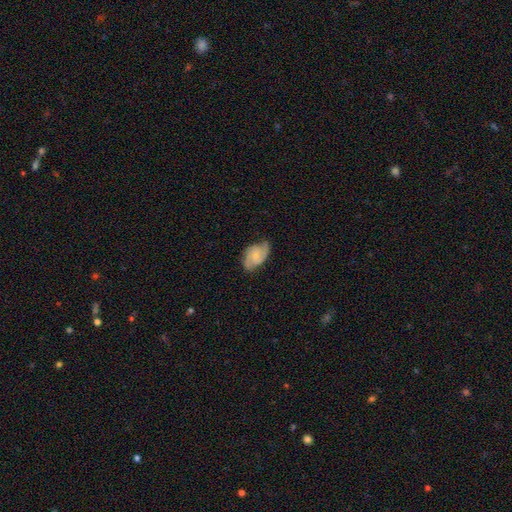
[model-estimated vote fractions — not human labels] Smooth or featured?
  - featured or disk: 70% *
  - smooth: 23%
  - star or artifact: 6%
Edge-on disk?
  - no: 97% *
  - yes: 3%
Bar?
  - no: 59% *
  - weak: 35%
  - strong: 6%
Spiral arms?
  - yes: 94% *
  - no: 6%
Spiral winding?
  - medium: 48% *
  - tight: 32%
  - loose: 20%
Spiral arm count?
  - 2: 80% *
  - can't tell: 8%
  - 3: 6%
  - 1: 2%
  - 4: 1%
  - more than 4: 1%
Bulge size?
  - small: 56% *
  - moderate: 30%
  - none: 11%
  - large: 2%
  - dominant: 1%
Merging?
  - none: 68% *
  - minor disturbance: 24%
  - major disturbance: 7%
  - merger: 1%